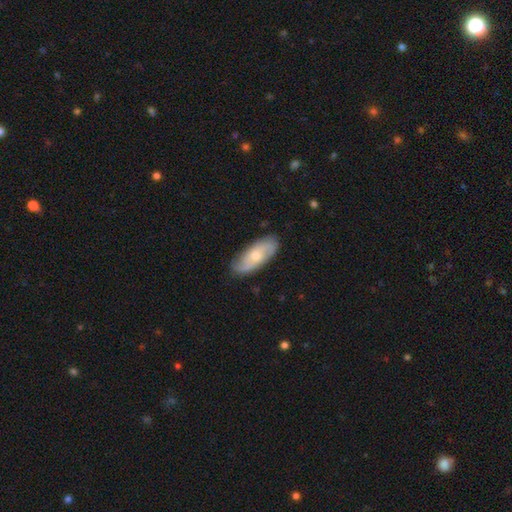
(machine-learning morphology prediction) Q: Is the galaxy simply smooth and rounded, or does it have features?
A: featured or disk — 56%.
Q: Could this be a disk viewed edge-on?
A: no — 88%.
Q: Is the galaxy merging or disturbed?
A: none — 80%.